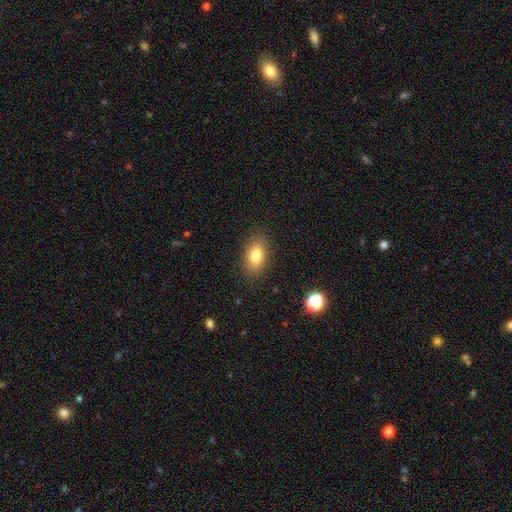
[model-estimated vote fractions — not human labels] Morphology: type=smooth (80%); roundness=in between (87%); merging=none (87%).